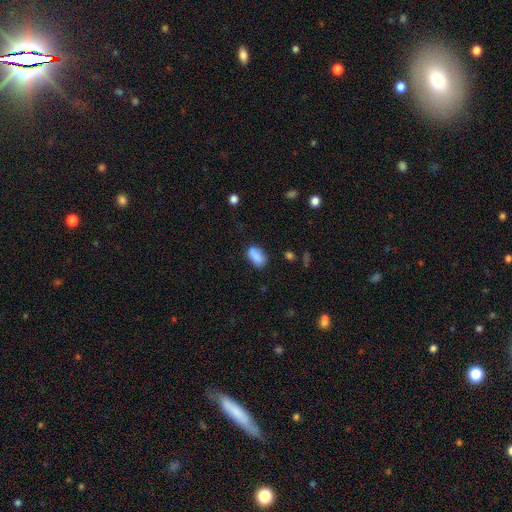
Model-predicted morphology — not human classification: This is clearly a smooth galaxy (85%). How rounded: clearly in between (90%). Merging: likely none (70%).